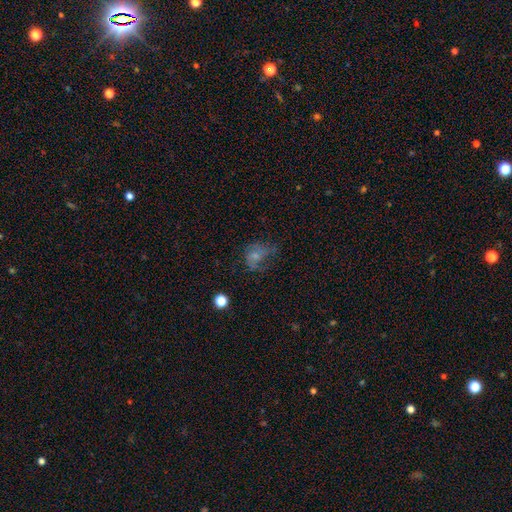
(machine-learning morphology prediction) smooth_or_featured: smooth (p=0.45) [alt: featured or disk p=0.41]
merging: none (p=0.37) [alt: major disturbance p=0.34]